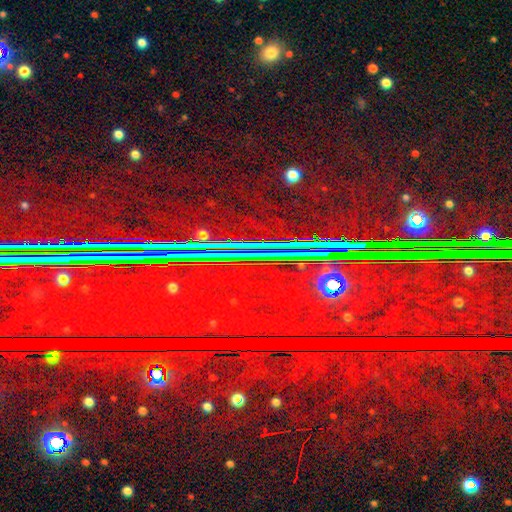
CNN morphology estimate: type=star or artifact (86%).